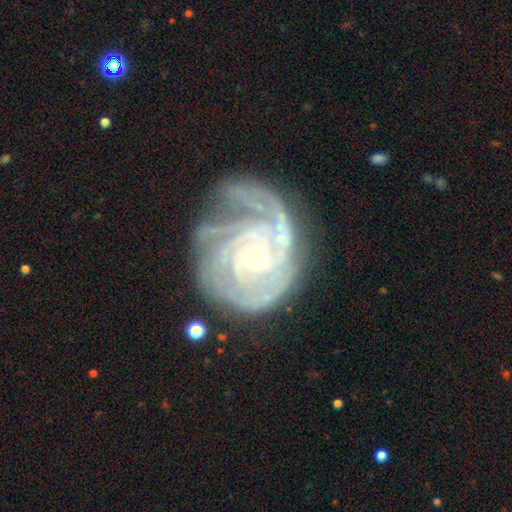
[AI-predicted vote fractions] The model was most divided on "spiral arm count": can't tell: 25%, 3: 23%, 4: 21%, 2: 14%, more than 4: 10%, 1: 7%. More confident: edge-on disk — no (98%); spiral arms — yes (96%); smooth or featured — featured or disk (88%); bulge size — small (78%); bar — no (75%); spiral winding — tight (74%); merging — none (53%).